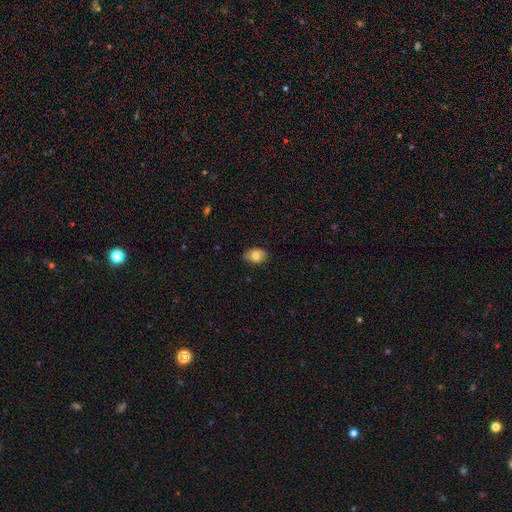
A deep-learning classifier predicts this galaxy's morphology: Smooth or featured? smooth (80%)
How rounded? in between (77%)
Merging? none (76%)